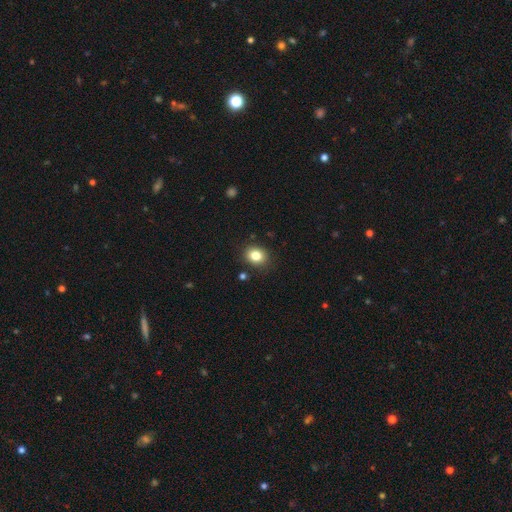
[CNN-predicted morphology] Smooth or featured? smooth (82%)
How rounded? round (61%)
Merging? none (88%)